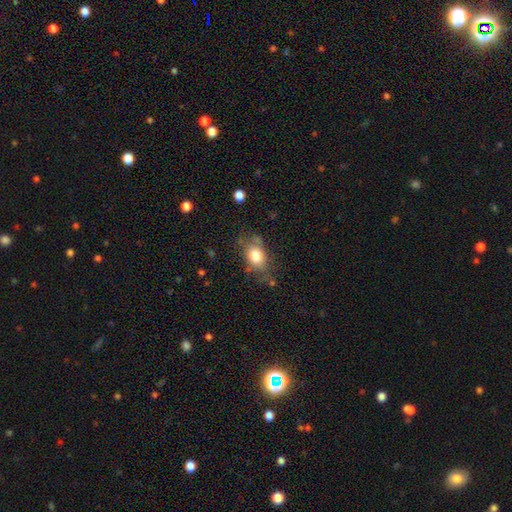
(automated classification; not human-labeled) Morphology: type=smooth (78%); roundness=in between (75%); merging=none (62%).